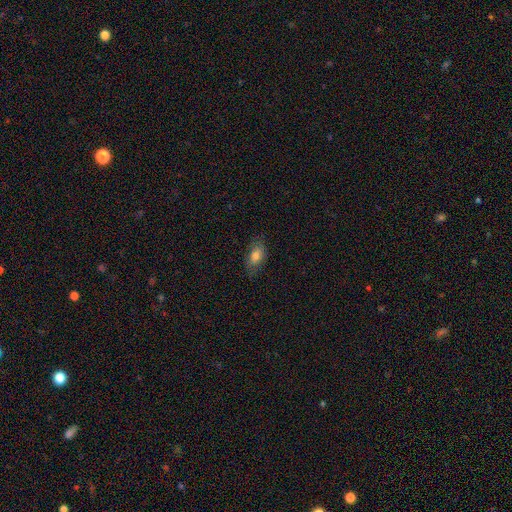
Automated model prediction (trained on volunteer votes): This is likely a smooth galaxy (75%). How rounded: clearly in between (87%). Merging: likely none (77%).